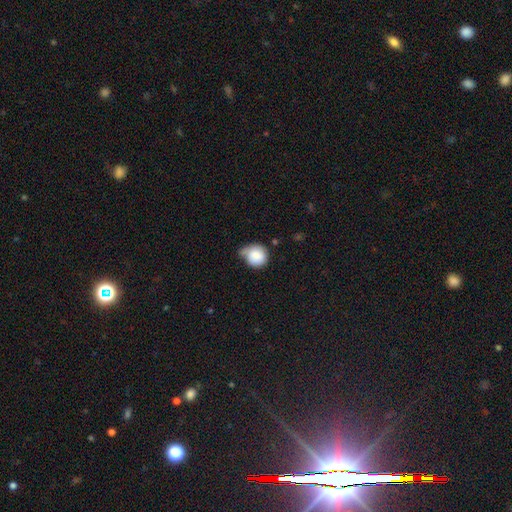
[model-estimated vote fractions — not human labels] Smooth or featured? smooth (85%)
How rounded? round (87%)
Merging? none (41%)